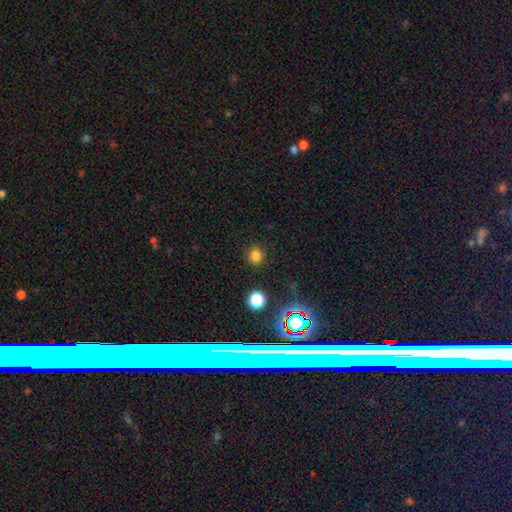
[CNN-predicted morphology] type=smooth (78%); roundness=round (89%); merging=none (89%).